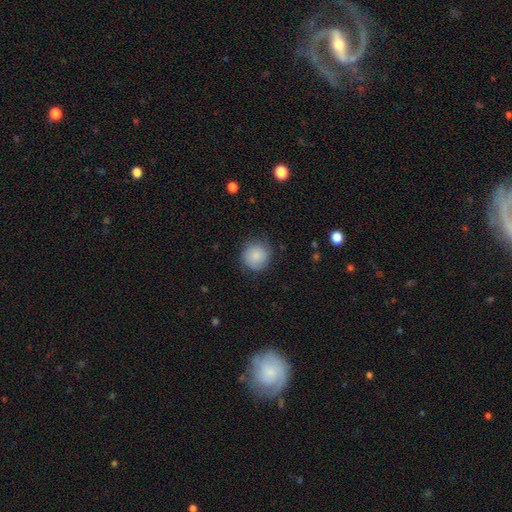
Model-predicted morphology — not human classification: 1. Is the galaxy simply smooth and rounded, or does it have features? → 86% smooth, 7% star or artifact, 7% featured or disk.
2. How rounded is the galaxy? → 93% round, 6% in between, 1% cigar-shaped.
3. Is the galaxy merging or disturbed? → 84% none, 12% minor disturbance, 3% major disturbance, 1% merger.